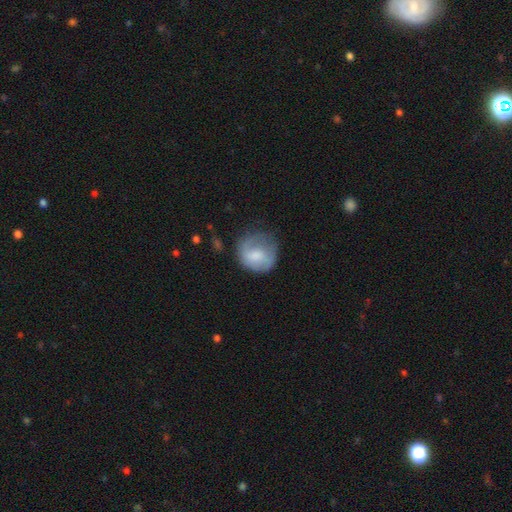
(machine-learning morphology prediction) This appears to be a smooth galaxy with no disk features (64%) that is round (77%). Merging: none (50%).